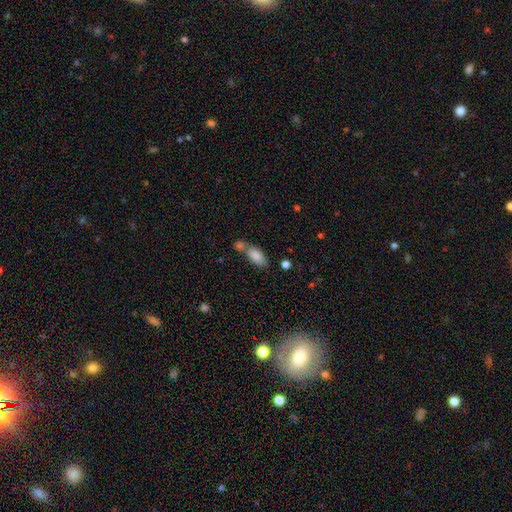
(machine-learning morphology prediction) A smooth galaxy with no disk features (83%) that is in between round and cigar-shaped (86%).

Vote fractions:
- Smooth or featured? smooth: 83% / featured or disk: 9% / star or artifact: 7%
- How rounded? in between: 86% / cigar-shaped: 11% / round: 3%
- Merging? none: 43% / merger: 40% / minor disturbance: 13% / major disturbance: 5%